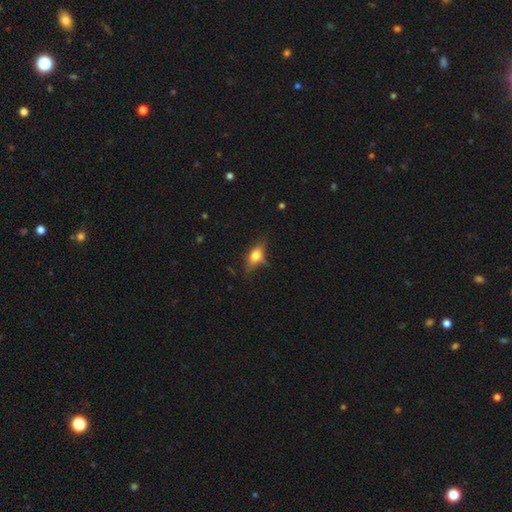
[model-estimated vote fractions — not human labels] The model was most divided on "smooth or featured": smooth: 56%, featured or disk: 32%, star or artifact: 11%. More confident: how rounded — in between (71%); merging — none (60%).